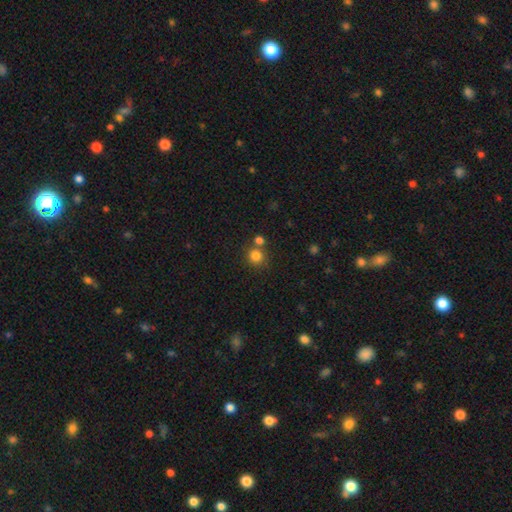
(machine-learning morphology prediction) This appears to be a smooth galaxy with no disk features (83%) that is round (89%). Merging: none (69%).